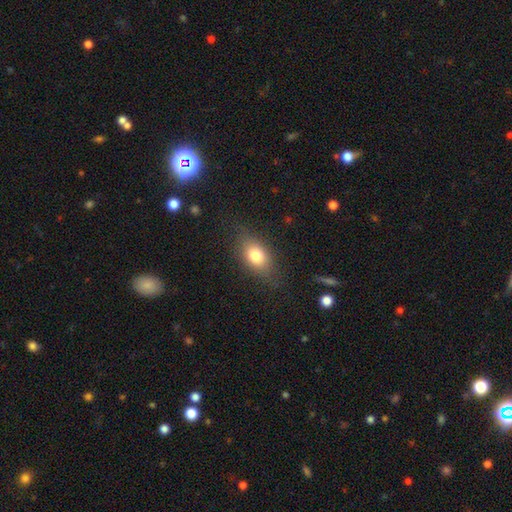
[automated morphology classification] Smooth or featured? Predicted: smooth (p=0.76). How rounded? Predicted: in between (p=0.80). Merging? Predicted: none (p=0.78).